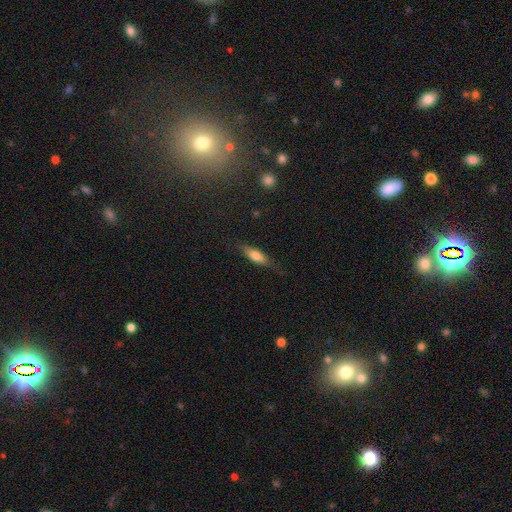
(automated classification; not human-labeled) Q: Smooth or featured?
A: smooth (62%); runner-up: featured or disk (30%)
Q: How rounded?
A: cigar-shaped (49%); runner-up: in between (48%)
Q: Merging?
A: none (72%); runner-up: minor disturbance (21%)